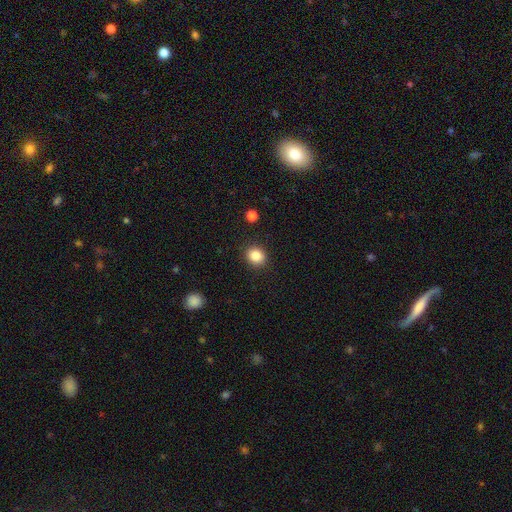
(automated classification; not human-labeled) The model was most divided on "how rounded": round: 74%, in between: 25%, cigar-shaped: 1%. More confident: merging — none (90%); smooth or featured — smooth (85%).